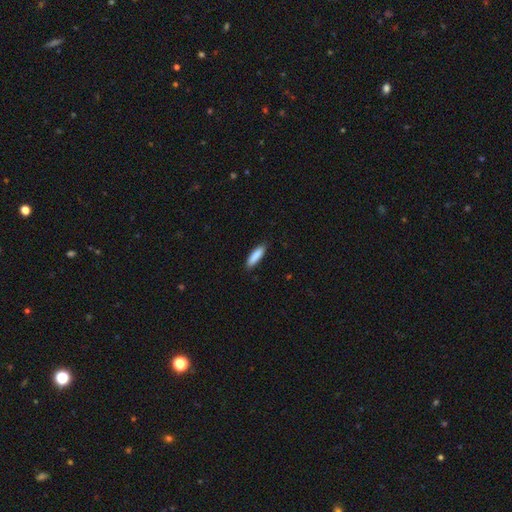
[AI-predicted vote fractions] A smooth galaxy with no disk features (88%) that is cigar-shaped (67%). Merging: none (88%).